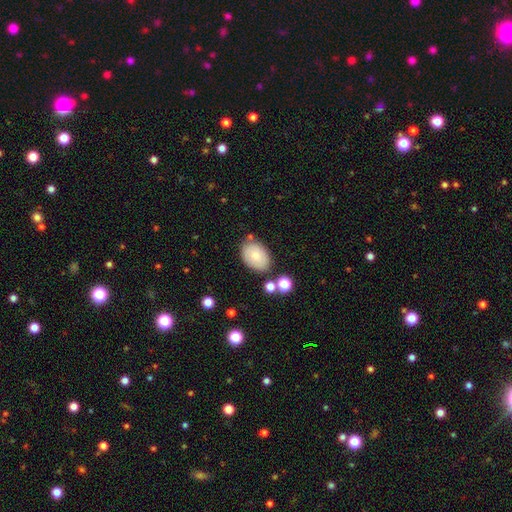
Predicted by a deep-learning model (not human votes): Smooth or featured?
  - smooth: 76% *
  - featured or disk: 16%
  - star or artifact: 8%
How rounded?
  - in between: 84% *
  - round: 15%
  - cigar-shaped: 1%
Merging?
  - none: 77% *
  - minor disturbance: 15%
  - merger: 5%
  - major disturbance: 4%